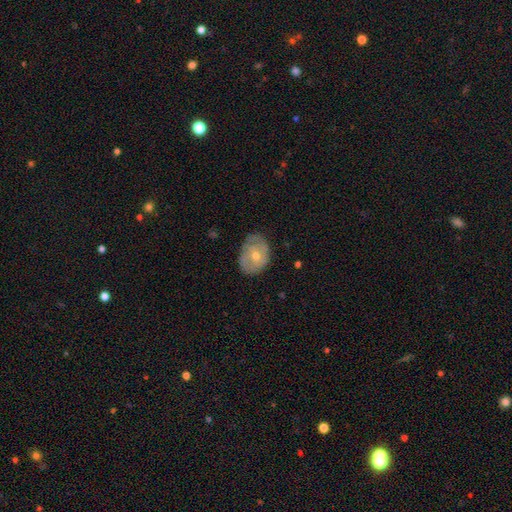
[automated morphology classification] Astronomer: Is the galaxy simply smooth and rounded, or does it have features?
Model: featured or disk — 52% (runner-up: smooth, 40%).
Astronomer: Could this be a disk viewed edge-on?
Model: no — 94%.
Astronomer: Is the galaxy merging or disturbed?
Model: none — 67%.